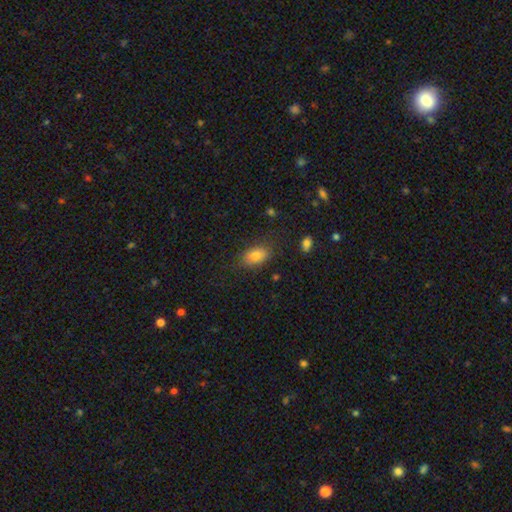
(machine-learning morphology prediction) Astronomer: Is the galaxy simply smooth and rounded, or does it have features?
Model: smooth — 80%.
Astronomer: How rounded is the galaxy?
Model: in between — 86%.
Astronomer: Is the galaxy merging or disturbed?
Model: none — 77%.